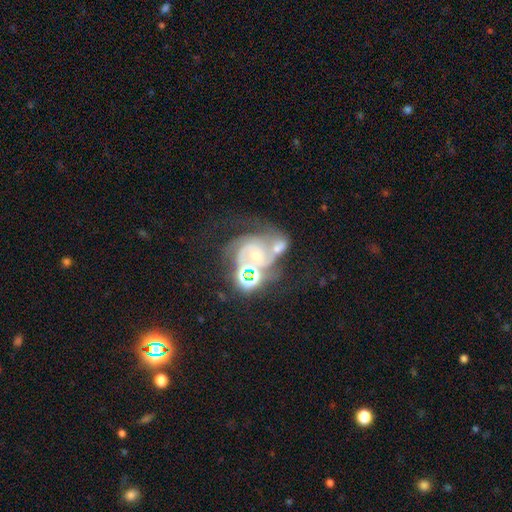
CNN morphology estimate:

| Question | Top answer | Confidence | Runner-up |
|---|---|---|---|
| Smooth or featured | featured or disk | 77% | star or artifact (14%) |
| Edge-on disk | no | 98% | yes (2%) |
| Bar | no | 63% | weak (27%) |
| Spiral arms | yes | 92% | no (8%) |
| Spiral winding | medium | 45% | tight (41%) |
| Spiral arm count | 2 | 52% | can't tell (19%) |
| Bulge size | small | 57% | moderate (35%) |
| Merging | merger | 37% | none (28%) |